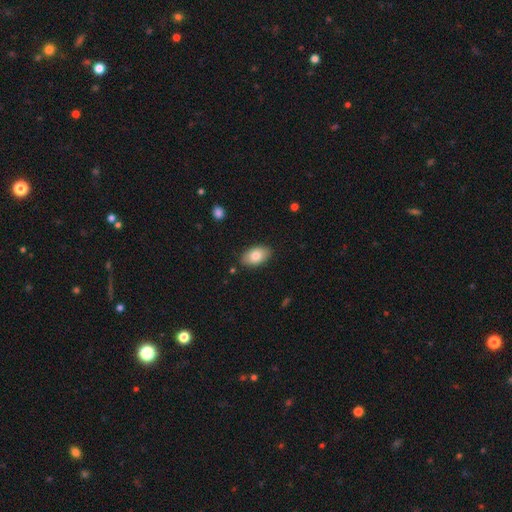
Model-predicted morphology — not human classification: type=smooth (79%); roundness=in between (93%); merging=none (86%).